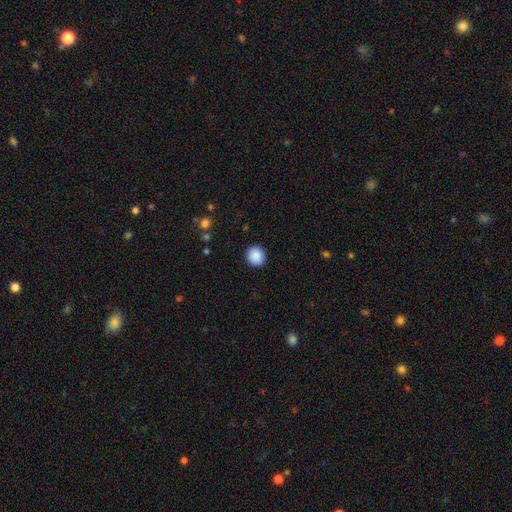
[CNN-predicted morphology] This appears to be a smooth galaxy with no disk features (89%) that is round (88%). Merging: none (91%).